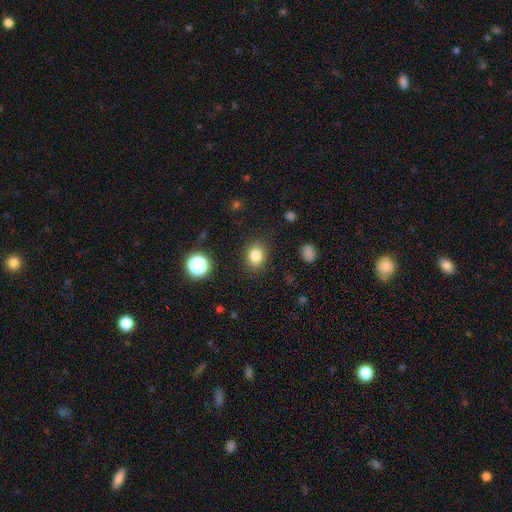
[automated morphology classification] The model was most divided on "how rounded": round: 54%, in between: 45%, cigar-shaped: 1%. More confident: merging — none (85%); smooth or featured — smooth (82%).